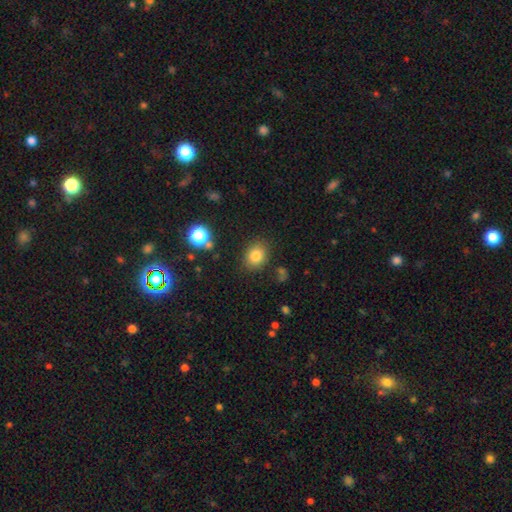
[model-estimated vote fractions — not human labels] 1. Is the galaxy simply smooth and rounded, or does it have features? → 82% smooth, 12% star or artifact, 7% featured or disk.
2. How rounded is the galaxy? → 55% round, 44% in between, 1% cigar-shaped.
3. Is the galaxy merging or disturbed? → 83% none, 11% minor disturbance, 4% major disturbance, 3% merger.